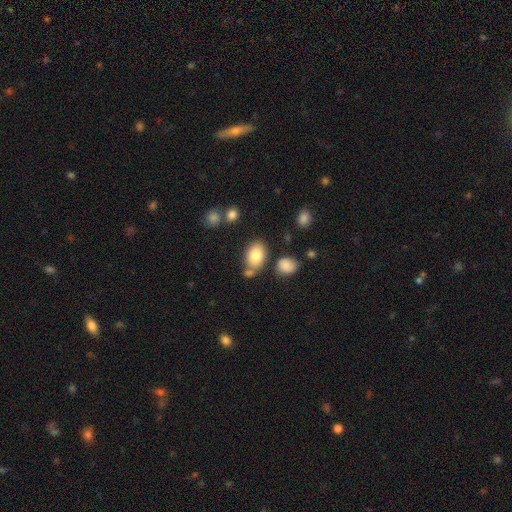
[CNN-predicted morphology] Smooth or featured? smooth (82%)
How rounded? in between (85%)
Merging? none (67%)